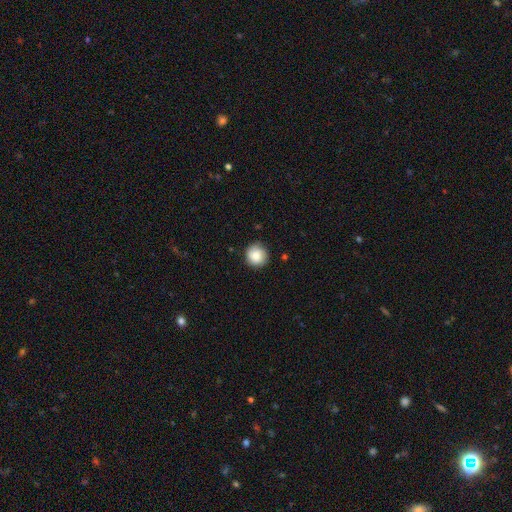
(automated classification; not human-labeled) A smooth galaxy with no disk features (84%) that is round (94%). Merging: none (84%).